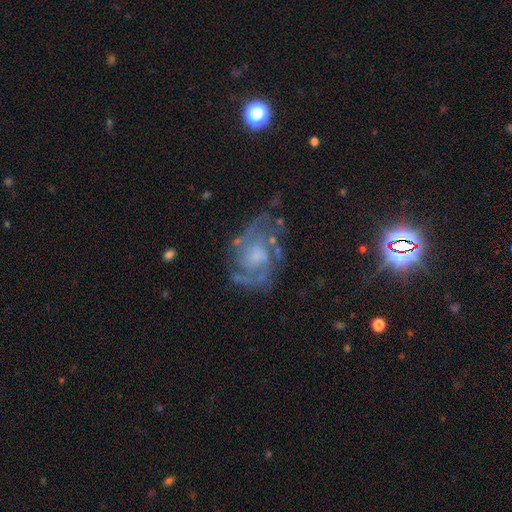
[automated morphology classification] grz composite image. It shows a featured or disk galaxy (84%) with no bar (63%), 2 (52%) medium (48%) spiral arms (93%) and a moderate central bulge (33%). Merging: none (62%).